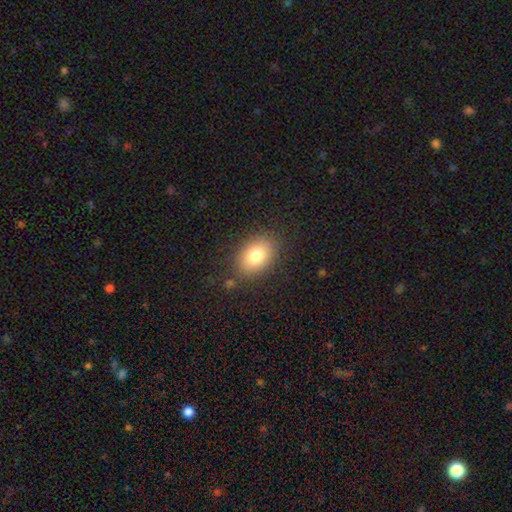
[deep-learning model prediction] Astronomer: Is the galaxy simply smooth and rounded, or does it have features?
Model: smooth — 81%.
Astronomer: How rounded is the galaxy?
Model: in between — 80%.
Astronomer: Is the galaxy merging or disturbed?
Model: none — 82%.